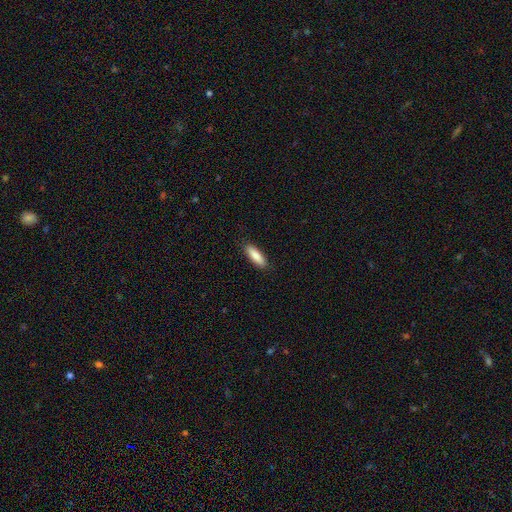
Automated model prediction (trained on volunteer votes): Overall: smooth (85%). How rounded: in between (50%; cigar-shaped 49%). Merging: none (88%).